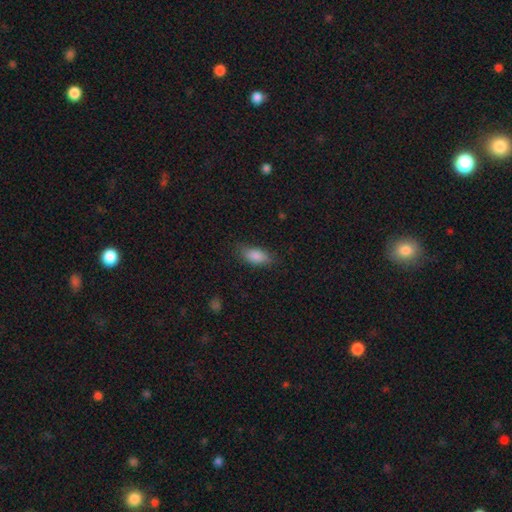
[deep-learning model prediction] smooth 86%, star or artifact 7%, featured or disk 7%. Down the decision tree: how rounded — in between (85%); merging — none (79%).